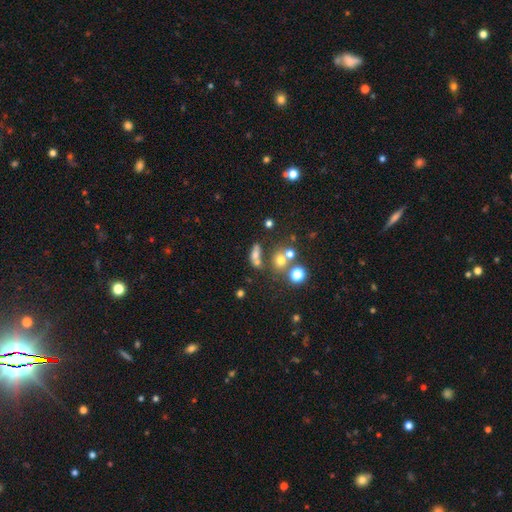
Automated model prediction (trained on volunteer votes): The model was most divided on "merging": none: 44%, merger: 34%, minor disturbance: 13%, major disturbance: 9%. More confident: smooth or featured — smooth (62%); how rounded — in between (57%).